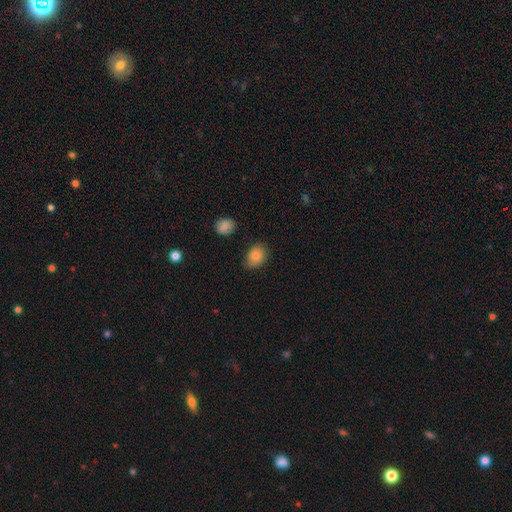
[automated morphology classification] This appears to be a smooth galaxy with no disk features (85%) that is in between round and cigar-shaped (69%). Merging: none (79%).